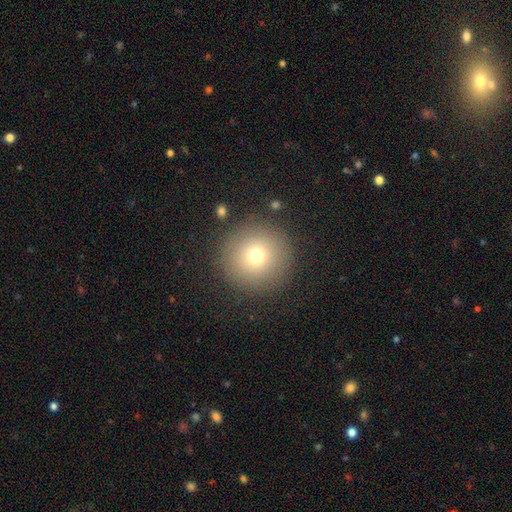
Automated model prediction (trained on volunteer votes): Q: Smooth or featured?
A: smooth (74%); runner-up: star or artifact (14%)
Q: How rounded?
A: round (96%); runner-up: in between (3%)
Q: Merging?
A: none (88%); runner-up: minor disturbance (7%)